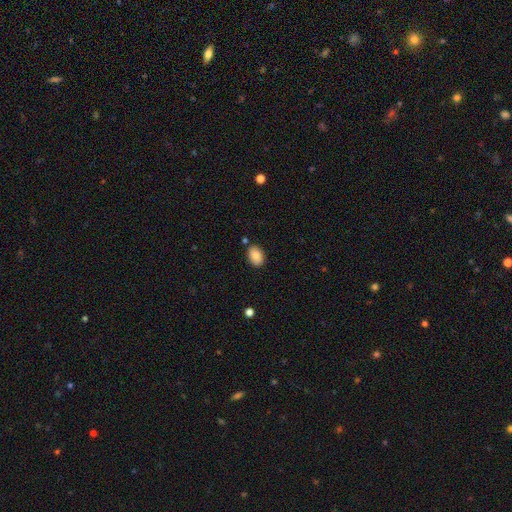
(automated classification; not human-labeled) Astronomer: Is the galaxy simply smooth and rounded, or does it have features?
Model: smooth — 86%.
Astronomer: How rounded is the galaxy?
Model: in between — 82%.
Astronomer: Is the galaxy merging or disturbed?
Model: none — 84%.